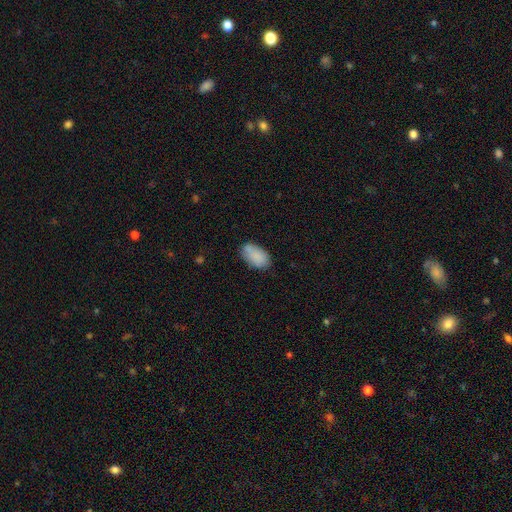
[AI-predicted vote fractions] Q: Smooth or featured?
A: smooth (84%); runner-up: featured or disk (9%)
Q: How rounded?
A: in between (93%); runner-up: round (5%)
Q: Merging?
A: none (68%); runner-up: minor disturbance (22%)